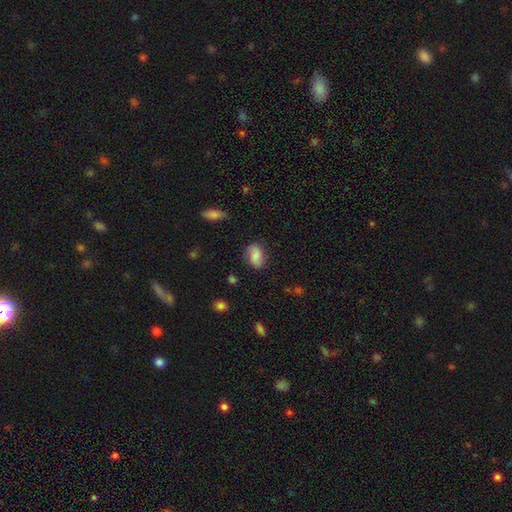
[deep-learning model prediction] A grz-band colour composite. It shows a smooth galaxy with no disk features (73%) that is in between round and cigar-shaped (84%). Merging: none (72%).